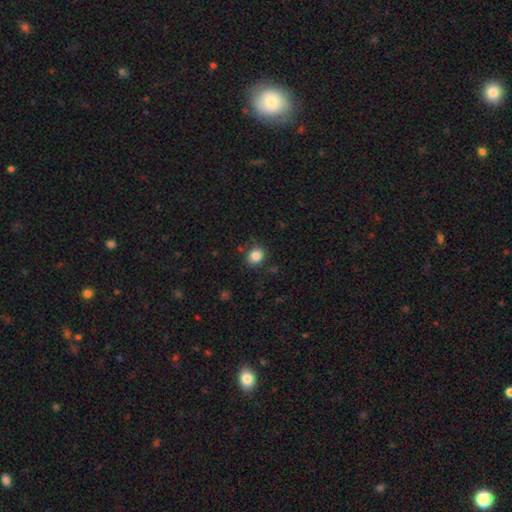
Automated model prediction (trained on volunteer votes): smooth-or-featured: smooth: 85% | star or artifact: 10% | featured or disk: 5%
  how-rounded: round: 69% | in between: 30% | cigar-shaped: 1%
  merging: none: 82% | minor disturbance: 12% | major disturbance: 3% | merger: 2%